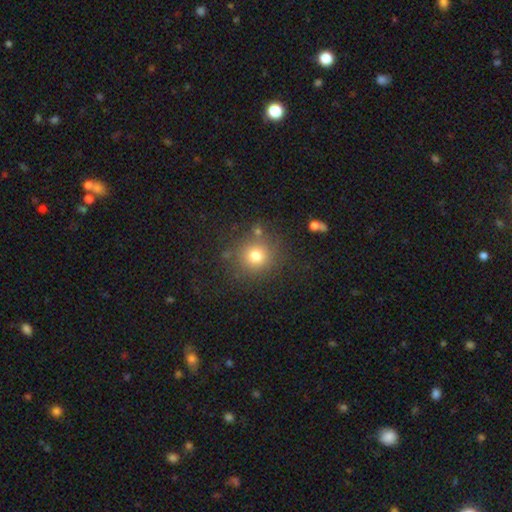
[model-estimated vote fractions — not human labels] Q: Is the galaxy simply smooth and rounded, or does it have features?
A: smooth — 75%.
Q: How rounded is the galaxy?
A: round — 91%.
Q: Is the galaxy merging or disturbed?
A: none — 81%.